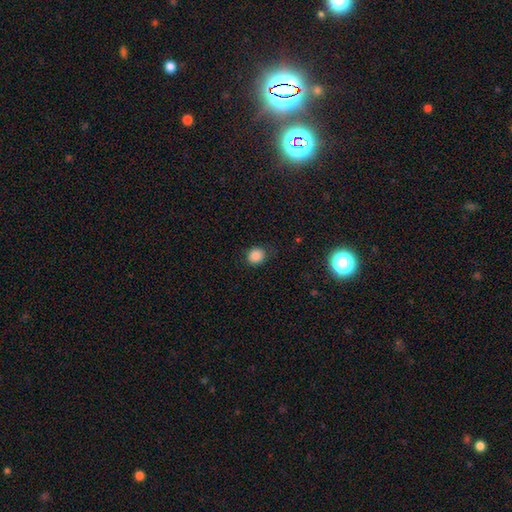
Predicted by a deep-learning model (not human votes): This is clearly a smooth galaxy (85%). How rounded: clearly round (80%). Merging: clearly none (82%).